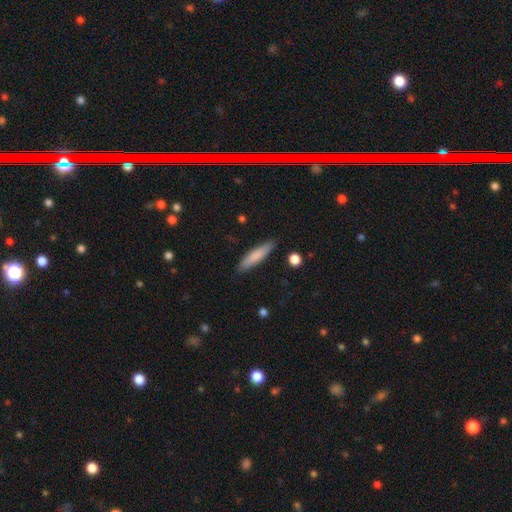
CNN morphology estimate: The model was most divided on "smooth or featured": smooth: 78%, featured or disk: 16%, star or artifact: 6%. More confident: merging — none (87%); how rounded — cigar-shaped (81%).